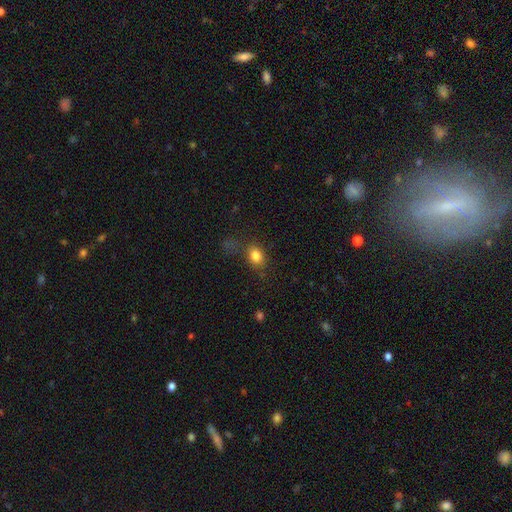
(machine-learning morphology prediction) type=smooth (81%); roundness=in between (54%); merging=none (64%).